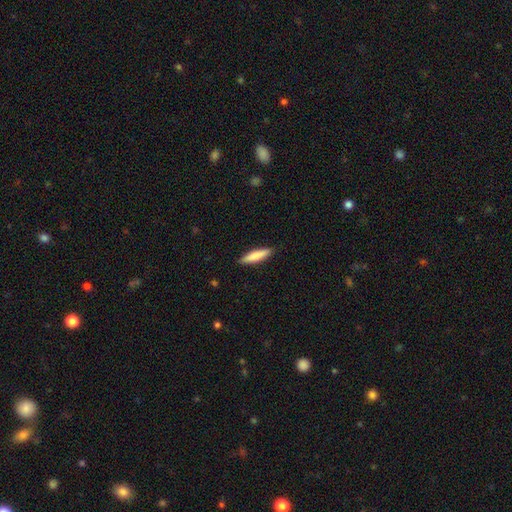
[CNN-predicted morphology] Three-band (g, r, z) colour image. It shows a smooth galaxy with no disk features (79%) that is cigar-shaped (81%). Merging: none (89%).